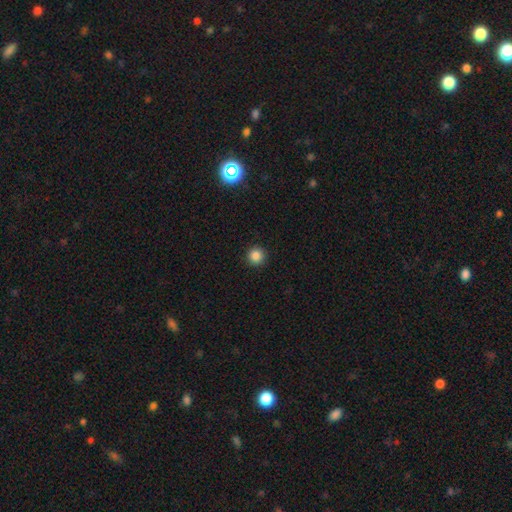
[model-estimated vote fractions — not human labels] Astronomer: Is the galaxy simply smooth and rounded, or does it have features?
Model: smooth — 85%.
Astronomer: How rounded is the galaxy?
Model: round — 96%.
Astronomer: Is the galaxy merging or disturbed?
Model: none — 93%.